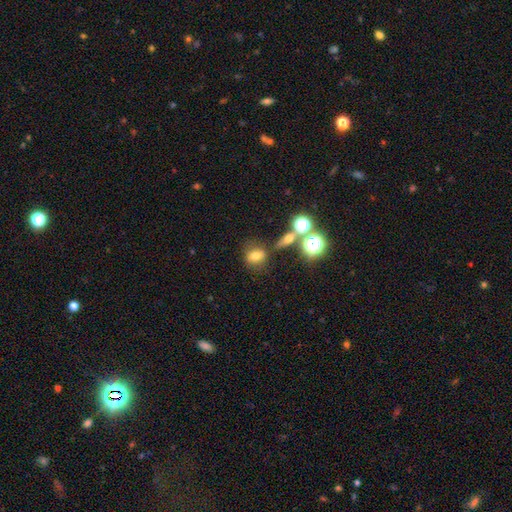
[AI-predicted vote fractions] Smooth or featured? smooth (65%)
How rounded? in between (52%)
Merging? none (66%)